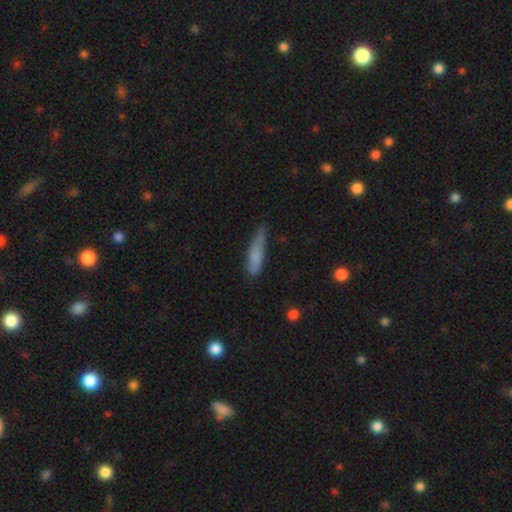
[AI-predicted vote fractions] A smooth galaxy with no disk features (77%) that is cigar-shaped (77%). Merging: none (61%).